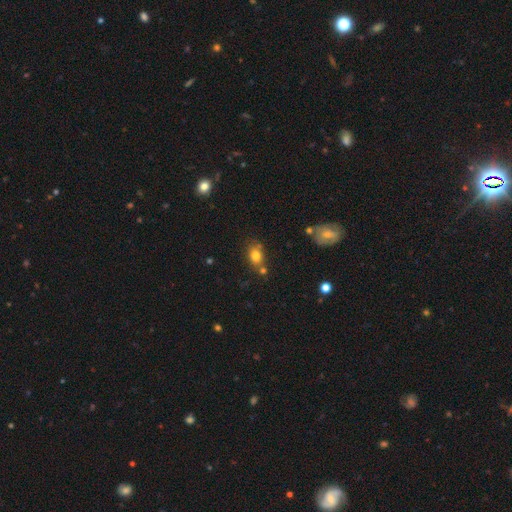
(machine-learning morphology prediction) A smooth galaxy with no disk features (78%) that is in between round and cigar-shaped (57%). Merging: none (66%).